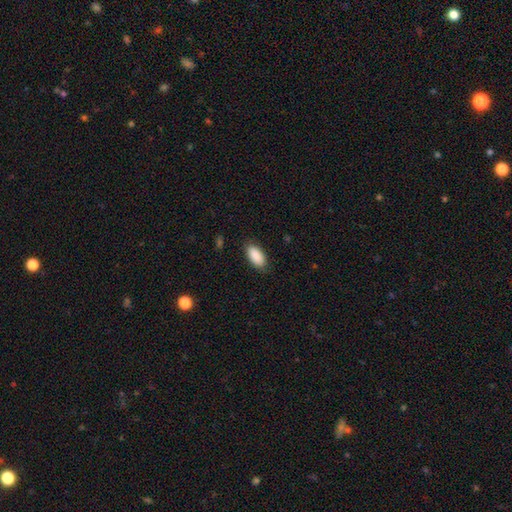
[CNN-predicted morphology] smooth_or_featured: smooth (p=0.90) [alt: star or artifact p=0.06]
how_rounded: in between (p=0.93) [alt: cigar-shaped p=0.05]
merging: none (p=0.85) [alt: minor disturbance p=0.11]